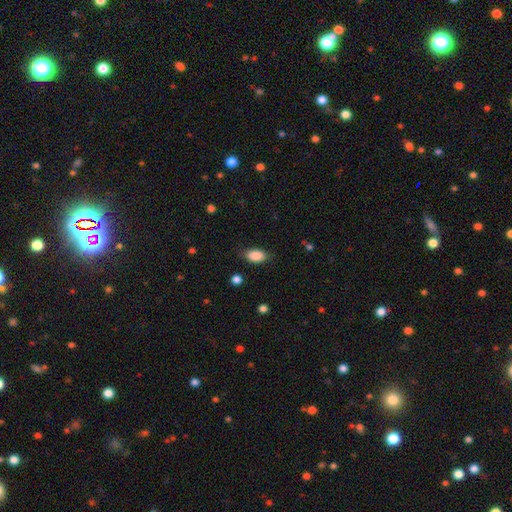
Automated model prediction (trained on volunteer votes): Smooth or featured?
  - smooth: 88% *
  - star or artifact: 7%
  - featured or disk: 5%
How rounded?
  - in between: 91% *
  - round: 7%
  - cigar-shaped: 2%
Merging?
  - none: 79% *
  - minor disturbance: 16%
  - major disturbance: 4%
  - merger: 1%